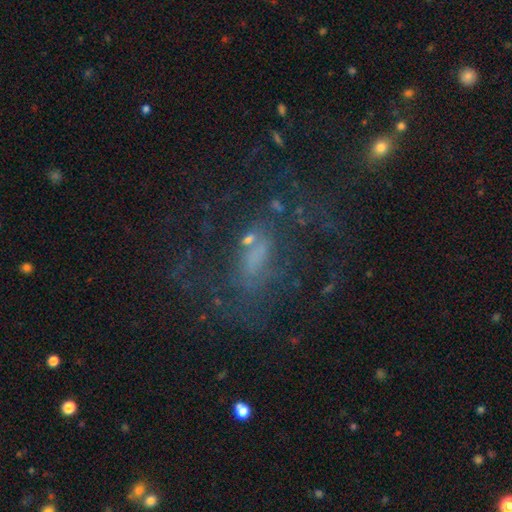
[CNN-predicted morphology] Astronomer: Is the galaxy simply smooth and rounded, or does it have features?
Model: featured or disk — 61%.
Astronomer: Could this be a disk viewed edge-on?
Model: no — 94%.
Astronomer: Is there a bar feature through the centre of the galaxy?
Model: no — 42% (runner-up: weak, 40%).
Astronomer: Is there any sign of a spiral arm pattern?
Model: yes — 58% (runner-up: no, 42%).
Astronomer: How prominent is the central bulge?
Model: small — 35% (runner-up: none, 31%).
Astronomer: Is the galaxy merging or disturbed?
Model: none — 50% (runner-up: major disturbance, 30%).